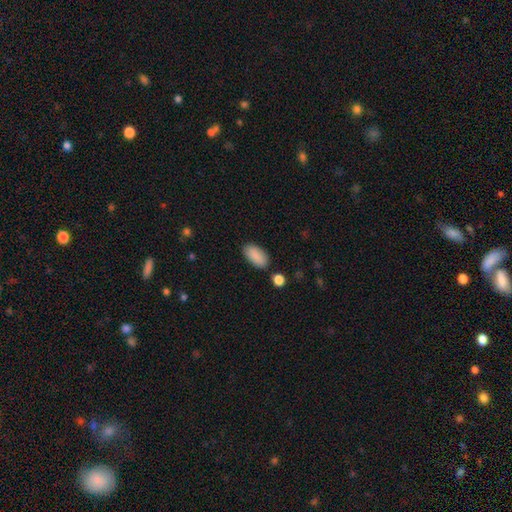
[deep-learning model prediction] The model was most divided on "merging": none: 84%, minor disturbance: 10%, merger: 3%, major disturbance: 3%. More confident: how rounded — in between (93%); smooth or featured — smooth (90%).